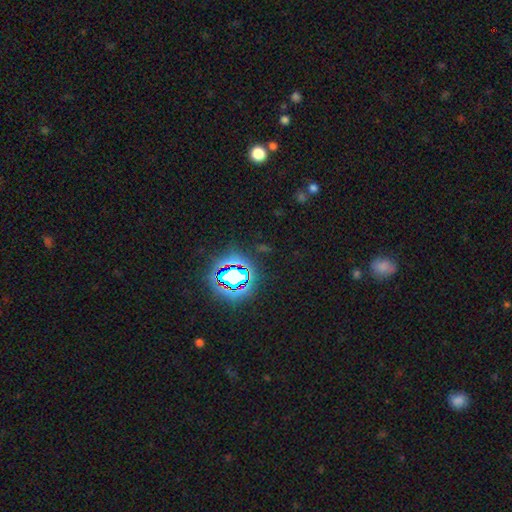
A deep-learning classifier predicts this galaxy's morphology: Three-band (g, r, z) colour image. It shows a star or artifact, not a galaxy (79%).